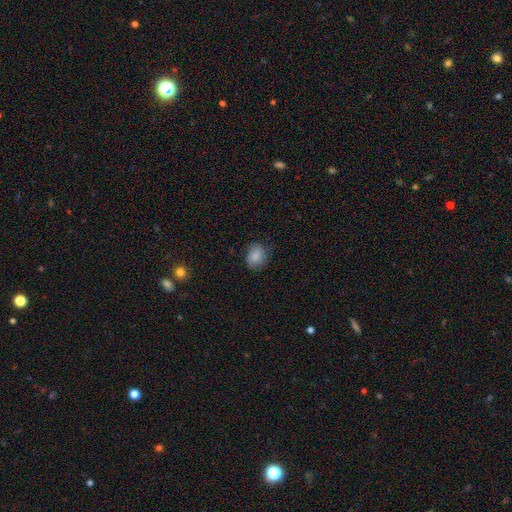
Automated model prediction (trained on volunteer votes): Smooth or featured? smooth (85%)
How rounded? round (53%)
Merging? none (75%)